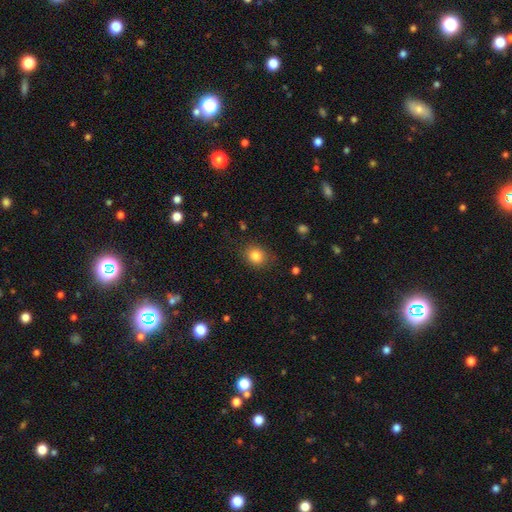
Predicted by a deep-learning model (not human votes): A smooth galaxy with no disk features (83%) that is round (70%). Merging: none (84%).